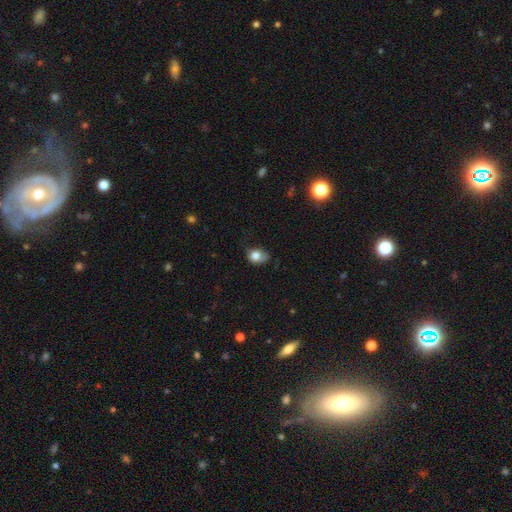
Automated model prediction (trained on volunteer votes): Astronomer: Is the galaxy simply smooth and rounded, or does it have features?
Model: smooth — 76%.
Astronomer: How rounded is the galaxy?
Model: in between — 57% (runner-up: round, 42%).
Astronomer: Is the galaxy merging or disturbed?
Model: minor disturbance — 40% (runner-up: none, 35%).